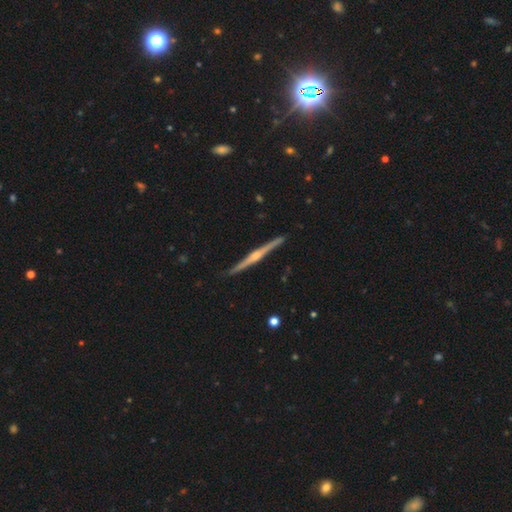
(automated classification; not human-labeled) A featured or disk galaxy (82%) viewed edge-on (99%) with a rounded central bulge (82%). Merging: none (91%).